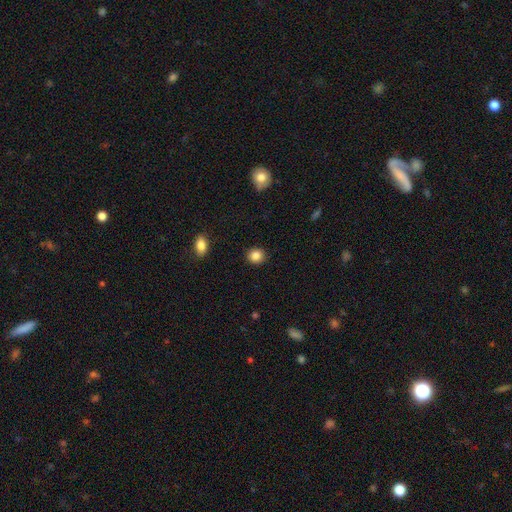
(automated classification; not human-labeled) A smooth galaxy with no disk features (86%) that is round (82%).

Vote fractions:
- Smooth or featured? smooth: 86% / star or artifact: 10% / featured or disk: 4%
- How rounded? round: 82% / in between: 17% / cigar-shaped: 1%
- Merging? none: 91% / minor disturbance: 6% / major disturbance: 2% / merger: 1%